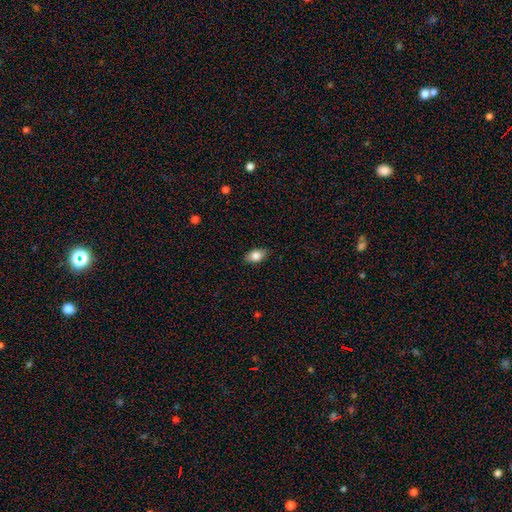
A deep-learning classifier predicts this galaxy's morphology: Smooth or featured? Predicted: smooth (p=0.81). How rounded? Predicted: in between (p=0.89). Merging? Predicted: none (p=0.86).